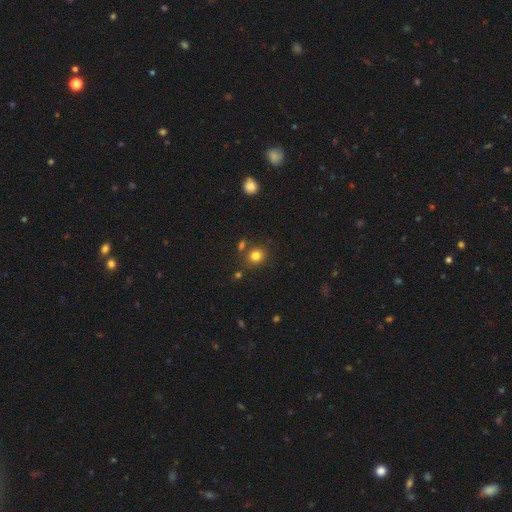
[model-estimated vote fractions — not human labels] The model was most divided on "how rounded": round: 78%, in between: 21%, cigar-shaped: 1%. More confident: smooth or featured — smooth (81%); merging — none (75%).